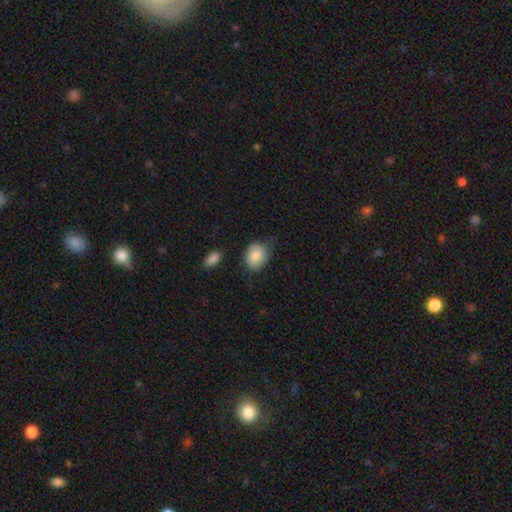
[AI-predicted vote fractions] Smooth or featured: smooth — 83% (featured or disk — 10%)
How rounded: in between — 52% (round — 47%)
Merging: none — 63% (minor disturbance — 27%)